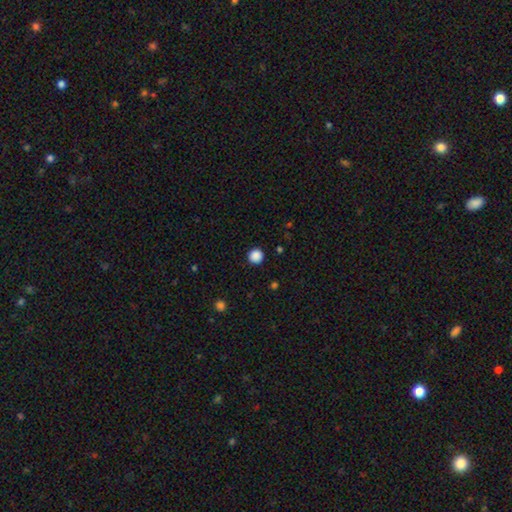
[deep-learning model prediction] This is clearly a smooth galaxy (88%). How rounded: clearly round (95%). Merging: clearly none (92%).